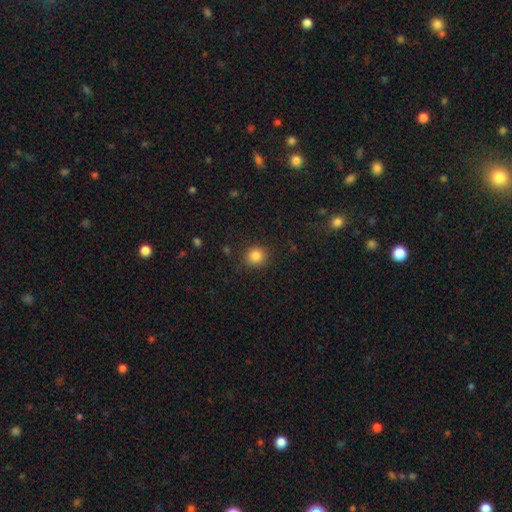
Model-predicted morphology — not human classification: Smooth or featured? Predicted: smooth (p=0.84). How rounded? Predicted: round (p=0.88). Merging? Predicted: none (p=0.87).